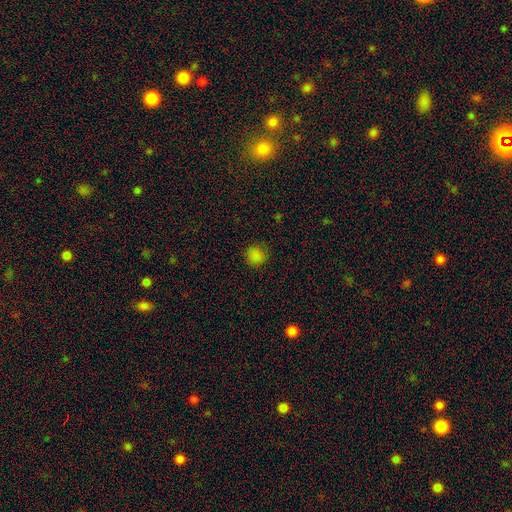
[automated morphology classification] A smooth galaxy with no disk features (82%) that is round (92%).

Vote fractions:
- Smooth or featured? smooth: 82% / star or artifact: 15% / featured or disk: 3%
- How rounded? round: 92% / in between: 7% / cigar-shaped: 1%
- Merging? none: 87% / minor disturbance: 9% / major disturbance: 3% / merger: 1%